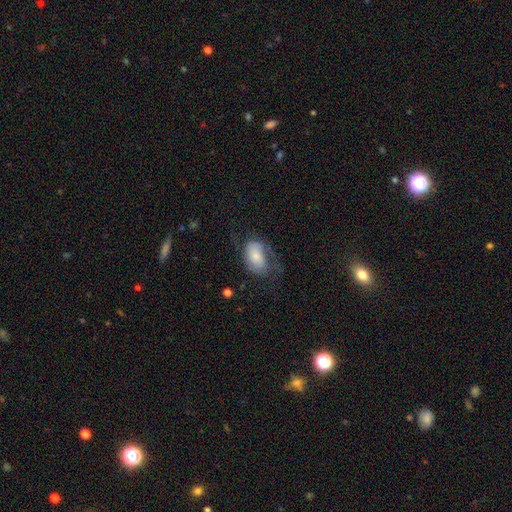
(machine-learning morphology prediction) Smooth or featured? smooth (56%)
How rounded? in between (90%)
Merging? none (41%)